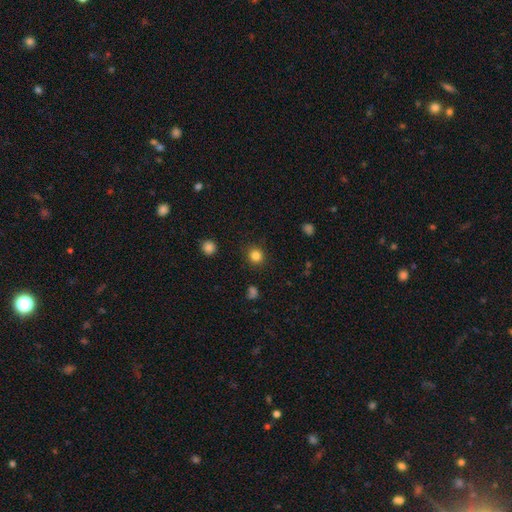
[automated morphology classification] A smooth galaxy with no disk features (84%) that is round (89%). Merging: none (90%).